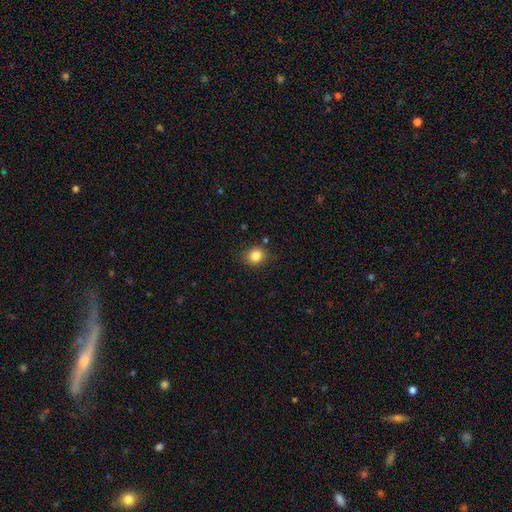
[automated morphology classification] The model was most divided on "how rounded": round: 78%, in between: 21%, cigar-shaped: 1%. More confident: merging — none (85%); smooth or featured — smooth (84%).